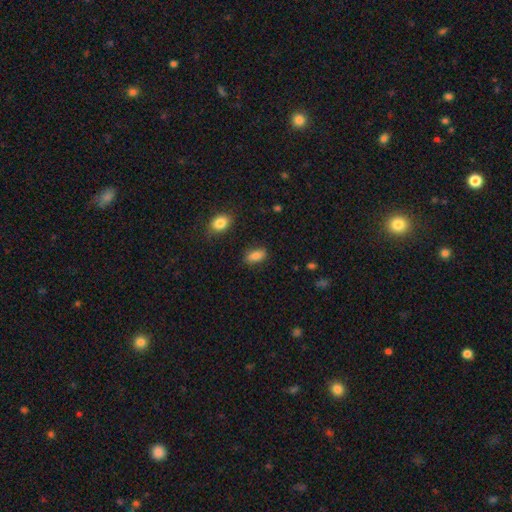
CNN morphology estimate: smooth 86%, star or artifact 8%, featured or disk 6%. Down the decision tree: how rounded — in between (89%); merging — none (84%).